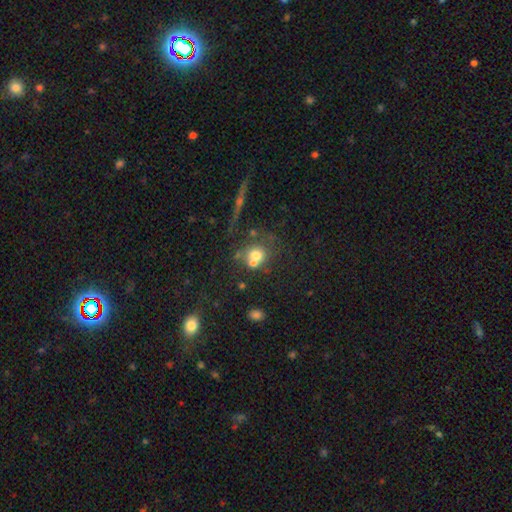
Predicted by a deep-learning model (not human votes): A smooth galaxy with no disk features (65%) that is round (81%).

Vote fractions:
- Smooth or featured? smooth: 65% / featured or disk: 20% / star or artifact: 15%
- How rounded? round: 81% / in between: 18% / cigar-shaped: 1%
- Merging? merger: 43% / none: 40% / minor disturbance: 10% / major disturbance: 7%